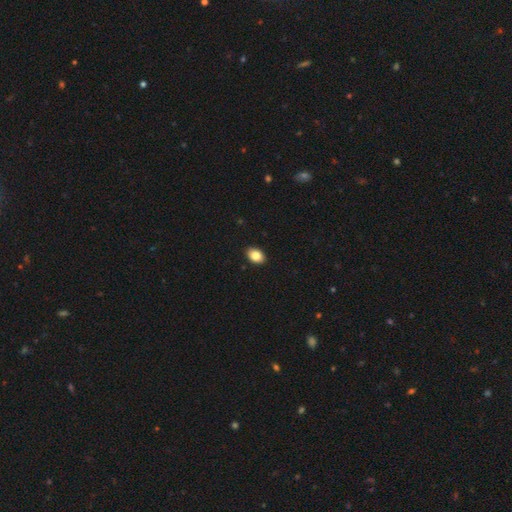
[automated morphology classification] A smooth galaxy with no disk features (85%) that is in between round and cigar-shaped (82%).

Vote fractions:
- Smooth or featured? smooth: 85% / star or artifact: 8% / featured or disk: 7%
- How rounded? in between: 82% / round: 17% / cigar-shaped: 1%
- Merging? none: 91% / minor disturbance: 6% / major disturbance: 1% / merger: 1%